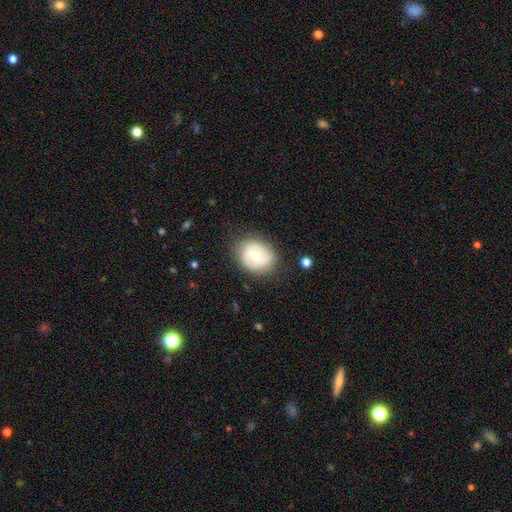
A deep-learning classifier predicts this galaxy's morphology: A featured or disk galaxy (48%). Merging: none (75%).